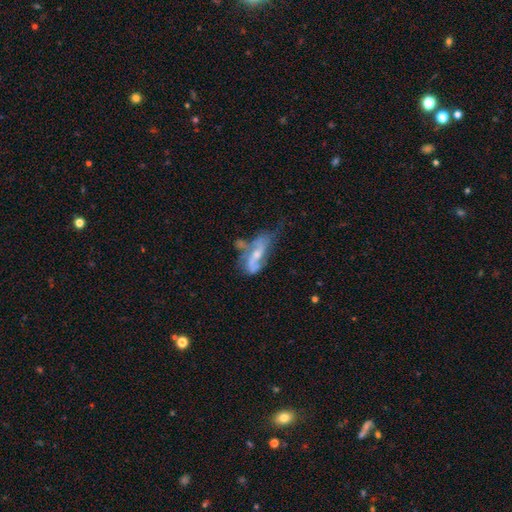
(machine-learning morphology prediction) smooth_or_featured: featured or disk (p=0.72) [alt: smooth p=0.20]
disk_edge_on: no (p=0.90) [alt: yes p=0.10]
bar: no (p=0.47) [alt: weak p=0.36]
has_spiral_arms: yes (p=0.77) [alt: no p=0.23]
bulge_size: small (p=0.44) [alt: moderate p=0.42]
merging: none (p=0.29) [alt: major disturbance p=0.27]